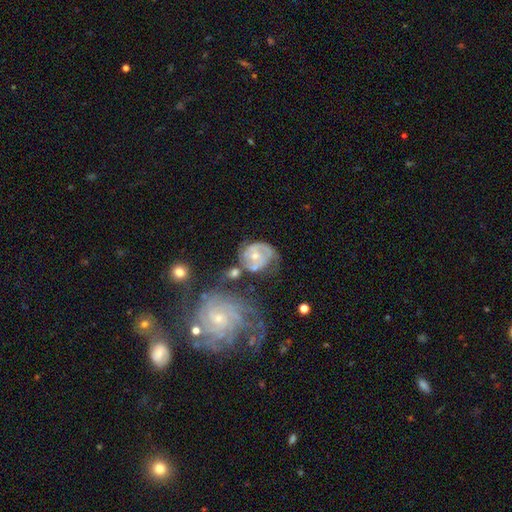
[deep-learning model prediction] Q: Smooth or featured?
A: featured or disk (74%); runner-up: smooth (20%)
Q: Edge-on disk?
A: no (97%); runner-up: yes (3%)
Q: Bar?
A: no (62%); runner-up: weak (31%)
Q: Spiral arms?
A: yes (87%); runner-up: no (13%)
Q: Spiral winding?
A: tight (53%); runner-up: medium (35%)
Q: Spiral arm count?
A: 2 (49%); runner-up: can't tell (26%)
Q: Bulge size?
A: moderate (48%); runner-up: small (47%)
Q: Merging?
A: none (40%); runner-up: minor disturbance (22%)